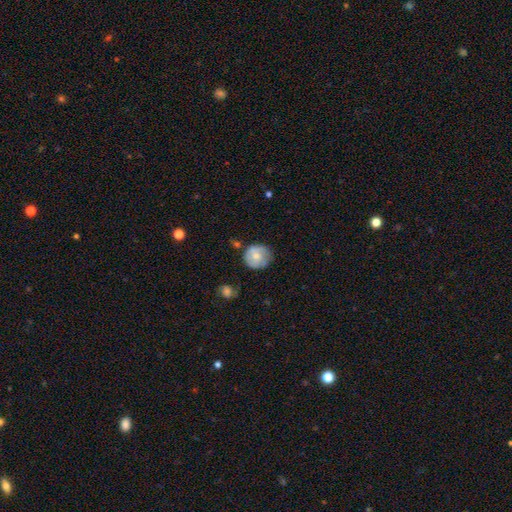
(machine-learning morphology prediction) Smooth or featured? Predicted: smooth (p=0.59). How rounded? Predicted: round (p=0.84). Merging? Predicted: none (p=0.65).